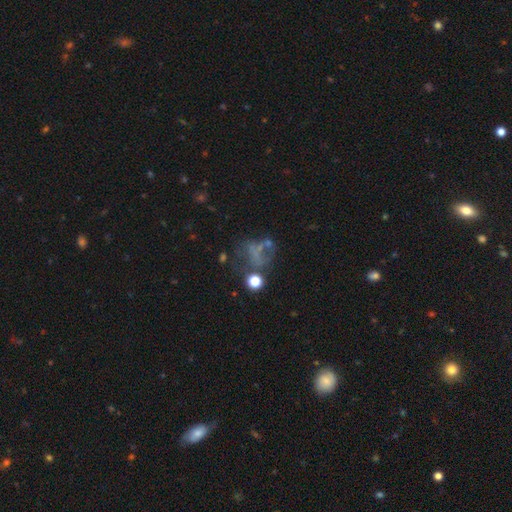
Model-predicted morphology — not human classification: type=featured or disk (35%); merging=none (36%).